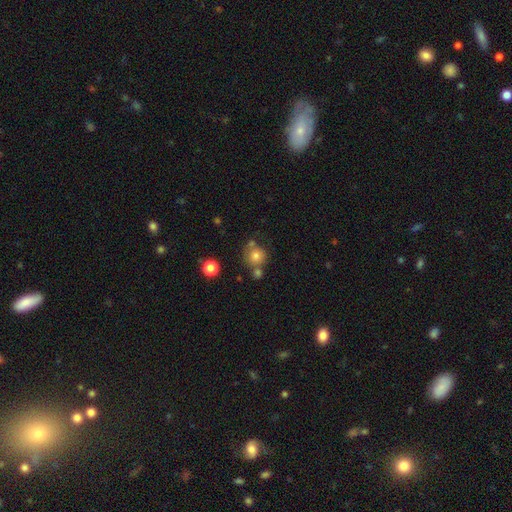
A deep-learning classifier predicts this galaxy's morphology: This is likely a smooth galaxy (75%). How rounded: clearly round (91%). Merging: likely none (64%).